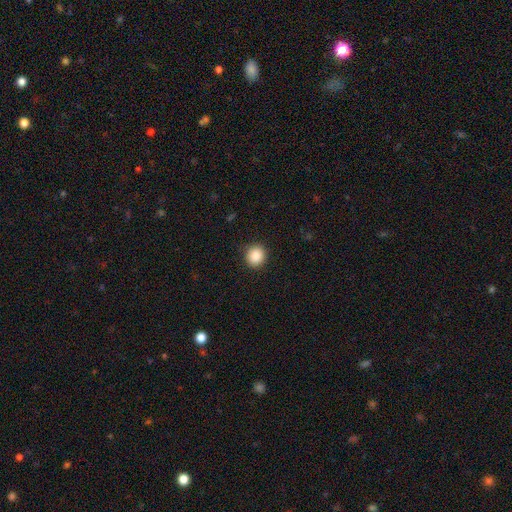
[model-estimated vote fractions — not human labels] A smooth galaxy with no disk features (88%) that is round (87%).

Vote fractions:
- Smooth or featured? smooth: 88% / star or artifact: 9% / featured or disk: 3%
- How rounded? round: 87% / in between: 12% / cigar-shaped: 1%
- Merging? none: 90% / minor disturbance: 7% / major disturbance: 2% / merger: 1%